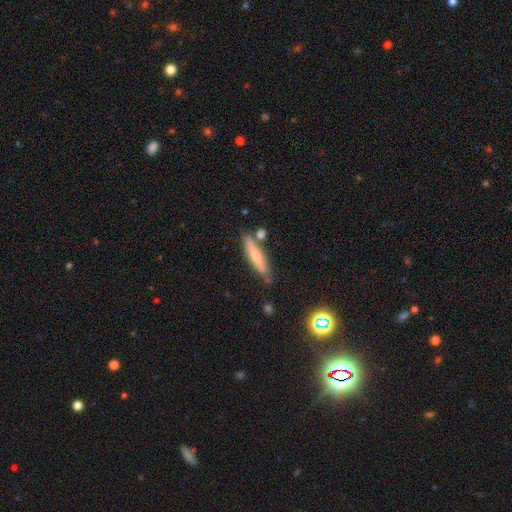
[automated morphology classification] smooth-or-featured: smooth: 56% | featured or disk: 36% | star or artifact: 8%
  how-rounded: cigar-shaped: 86% | in between: 12% | round: 2%
  merging: none: 75% | minor disturbance: 14% | merger: 8% | major disturbance: 3%